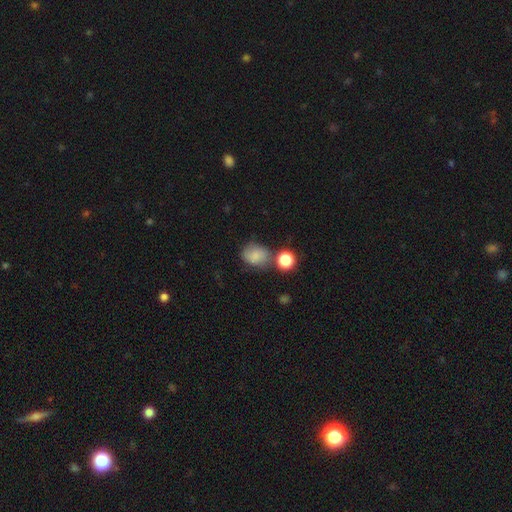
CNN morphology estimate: A smooth galaxy with no disk features (77%) that is round (50%). Merging: none (56%).